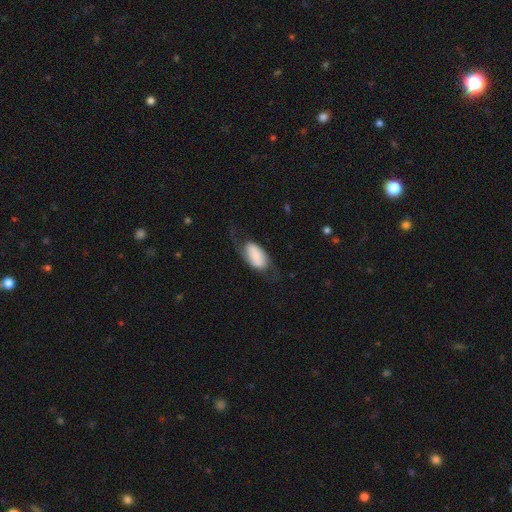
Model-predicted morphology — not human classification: Smooth or featured?
  - smooth: 49% *
  - featured or disk: 43%
  - star or artifact: 7%
Merging?
  - none: 49% *
  - major disturbance: 26%
  - minor disturbance: 23%
  - merger: 2%